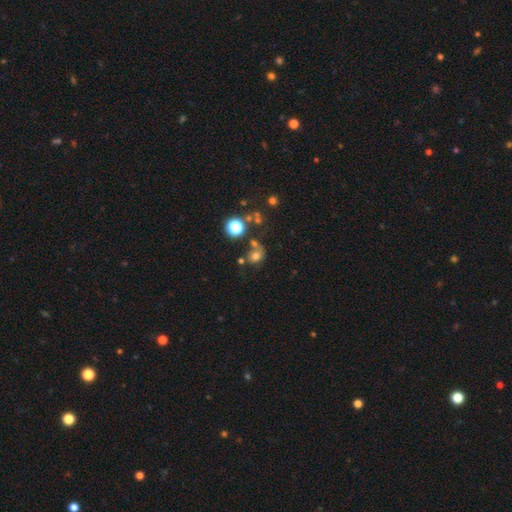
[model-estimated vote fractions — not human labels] smooth 69%, star or artifact 19%, featured or disk 12%. Down the decision tree: how rounded — round (67%); merging — none (51%).